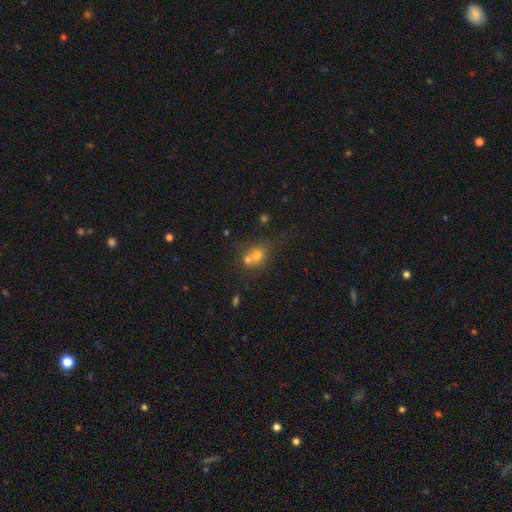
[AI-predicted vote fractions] Smooth or featured: smooth — 65% (star or artifact — 18%)
How rounded: round — 74% (in between — 25%)
Merging: merger — 49% (none — 39%)